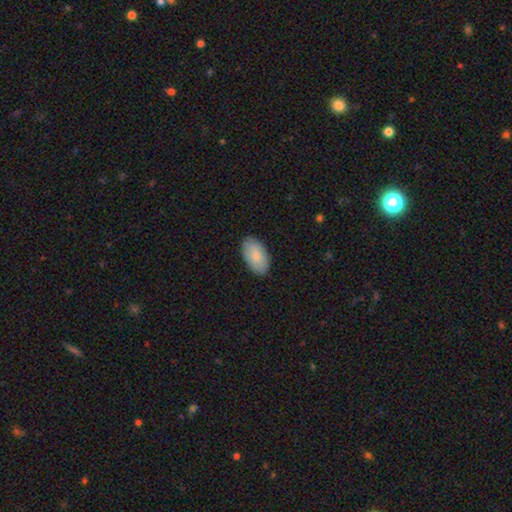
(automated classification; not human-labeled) Smooth or featured? smooth (84%)
How rounded? in between (95%)
Merging? none (87%)